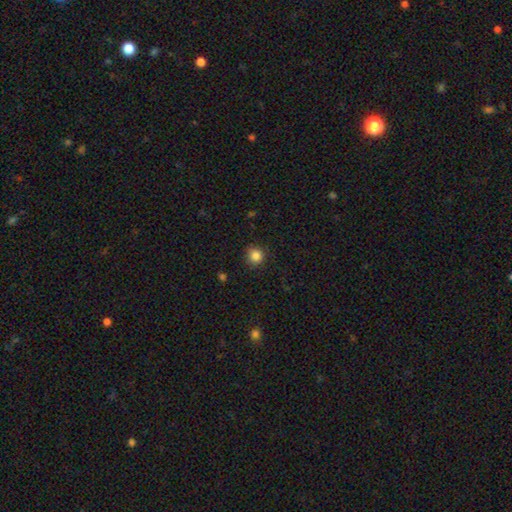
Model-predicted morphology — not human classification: Smooth or featured? smooth (85%)
How rounded? round (91%)
Merging? none (88%)